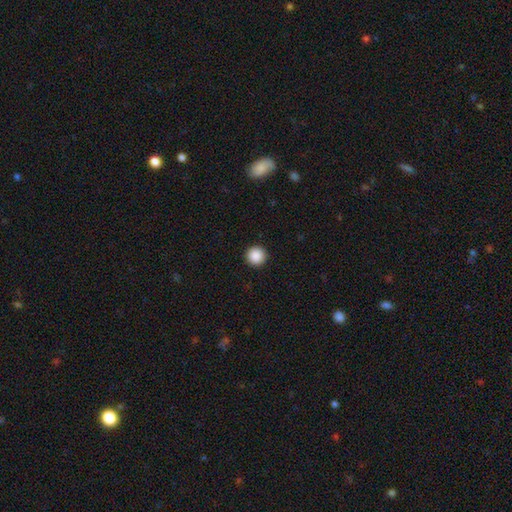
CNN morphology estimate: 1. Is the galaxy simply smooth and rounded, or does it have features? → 89% smooth, 9% star or artifact, 3% featured or disk.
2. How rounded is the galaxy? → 96% round, 3% in between, 1% cigar-shaped.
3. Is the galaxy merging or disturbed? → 93% none, 4% minor disturbance, 2% major disturbance, 1% merger.